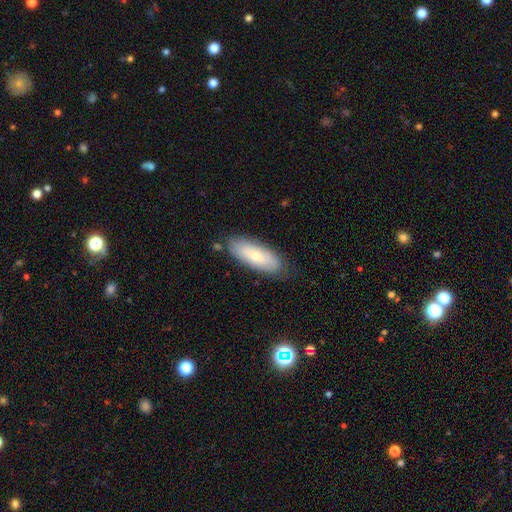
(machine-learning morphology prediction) This appears to be a smooth galaxy with no disk features (64%) that is in between round and cigar-shaped (77%). Merging: none (80%).